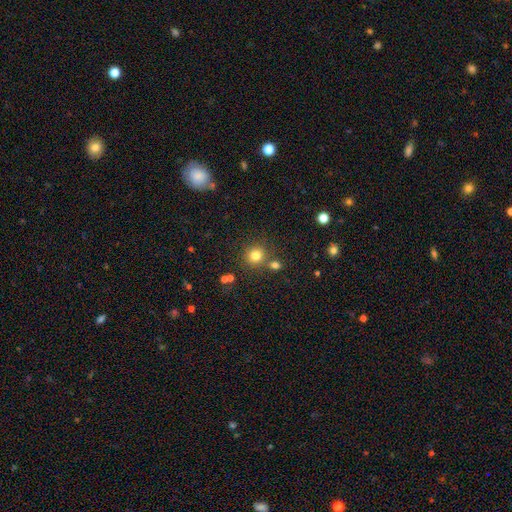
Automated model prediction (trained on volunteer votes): Smooth or featured? Predicted: smooth (p=0.79). How rounded? Predicted: round (p=0.88). Merging? Predicted: none (p=0.75).